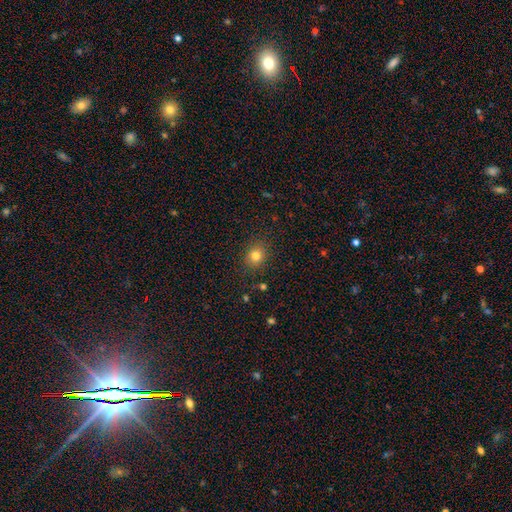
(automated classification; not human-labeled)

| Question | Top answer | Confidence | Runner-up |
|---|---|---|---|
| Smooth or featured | smooth | 80% | star or artifact (13%) |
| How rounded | round | 68% | in between (31%) |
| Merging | none | 87% | minor disturbance (9%) |